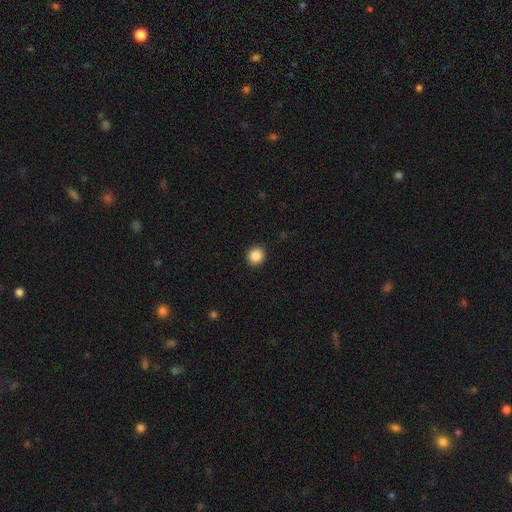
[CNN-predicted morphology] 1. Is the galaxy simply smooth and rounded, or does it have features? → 88% smooth, 9% star or artifact, 3% featured or disk.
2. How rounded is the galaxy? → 87% round, 12% in between, 1% cigar-shaped.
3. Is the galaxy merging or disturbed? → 92% none, 5% minor disturbance, 2% major disturbance, 1% merger.